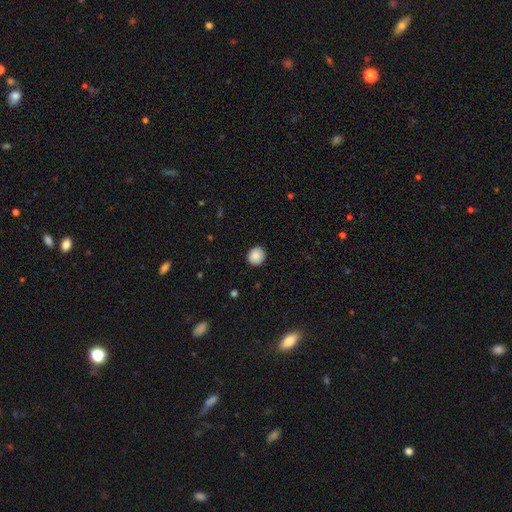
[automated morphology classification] smooth_or_featured: smooth (p=0.88) [alt: star or artifact p=0.08]
how_rounded: round (p=0.80) [alt: in between p=0.19]
merging: none (p=0.89) [alt: minor disturbance p=0.08]